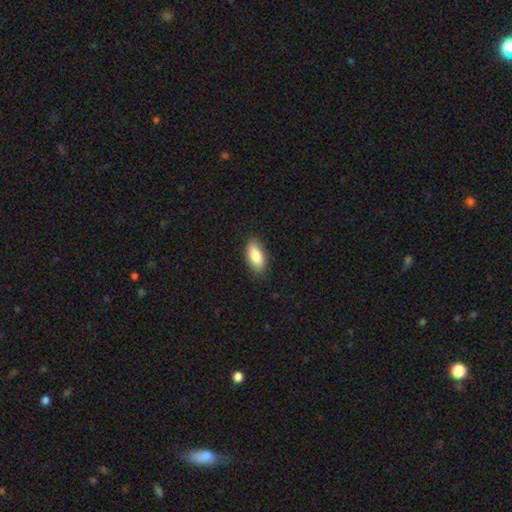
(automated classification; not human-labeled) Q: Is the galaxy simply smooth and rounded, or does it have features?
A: smooth — 84%.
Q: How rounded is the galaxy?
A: in between — 88%.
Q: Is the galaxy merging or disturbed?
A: none — 85%.